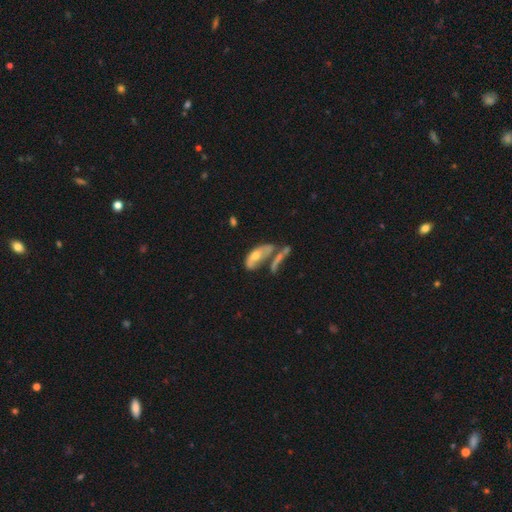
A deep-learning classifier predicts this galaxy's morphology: The model was most divided on "smooth or featured": featured or disk: 48%, smooth: 44%, star or artifact: 8%. Remaining: merging — merger (38%).